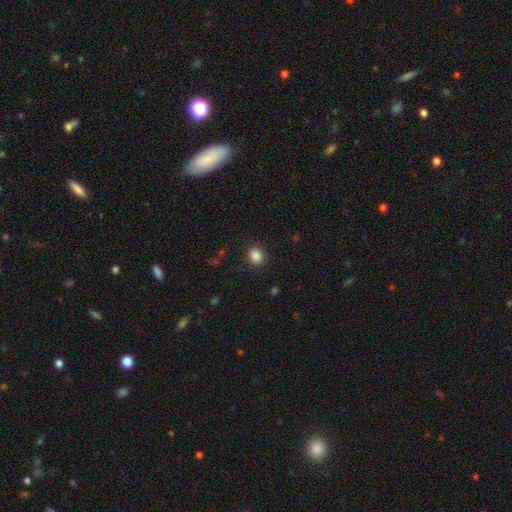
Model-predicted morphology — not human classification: Overall: smooth (86%). How rounded: round (70%). Merging: none (89%).